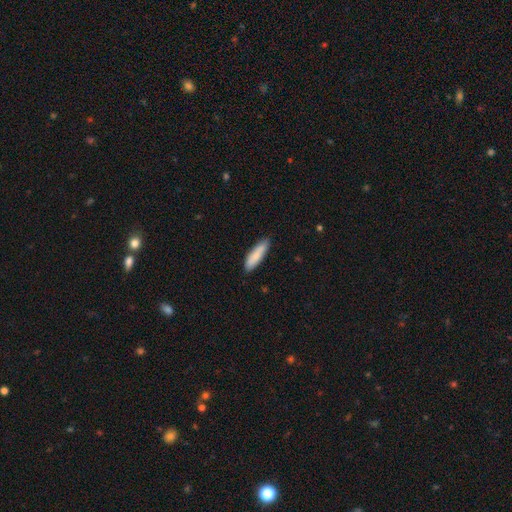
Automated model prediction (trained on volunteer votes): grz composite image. It shows a smooth galaxy with no disk features (85%) that is cigar-shaped (66%). Merging: none (84%).